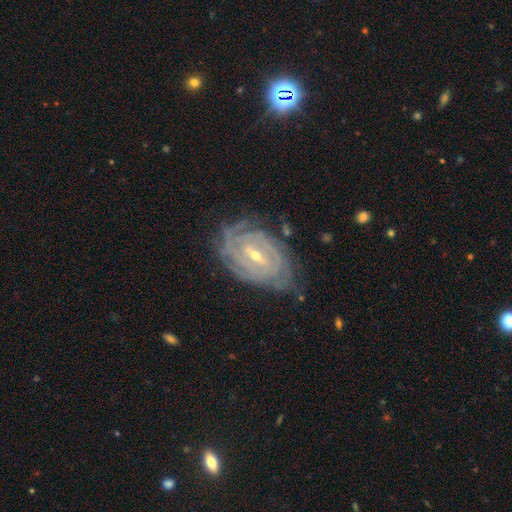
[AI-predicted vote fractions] The model was most divided on "spiral arm count": can't tell: 28%, 4: 23%, 3: 19%, 2: 17%, more than 4: 7%, 1: 6%. Remaining: spiral arms — yes (97%); edge-on disk — no (96%); smooth or featured — featured or disk (90%); spiral winding — tight (81%); merging — none (73%); bulge size — small (57%); bar — weak (48%).